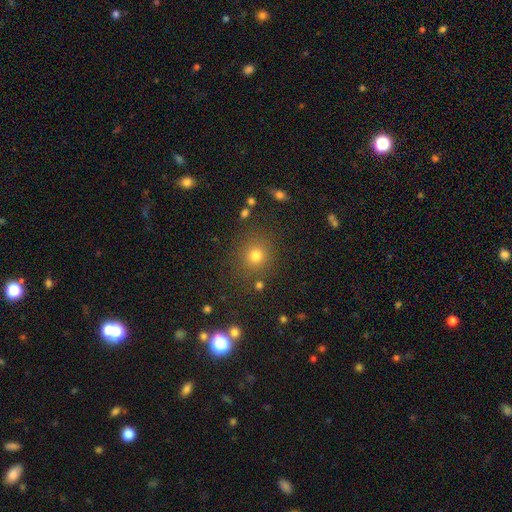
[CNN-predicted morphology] Smooth or featured: smooth — 76% (star or artifact — 17%)
How rounded: round — 90% (in between — 9%)
Merging: none — 83% (minor disturbance — 9%)